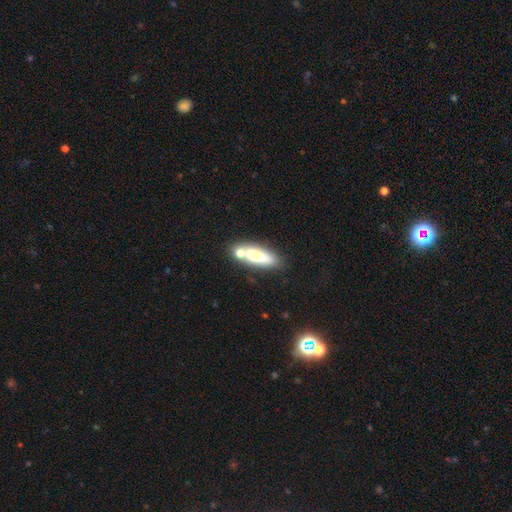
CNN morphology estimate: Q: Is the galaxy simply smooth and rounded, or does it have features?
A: smooth — 74%.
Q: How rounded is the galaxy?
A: in between — 52%.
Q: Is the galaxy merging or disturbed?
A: none — 58%.